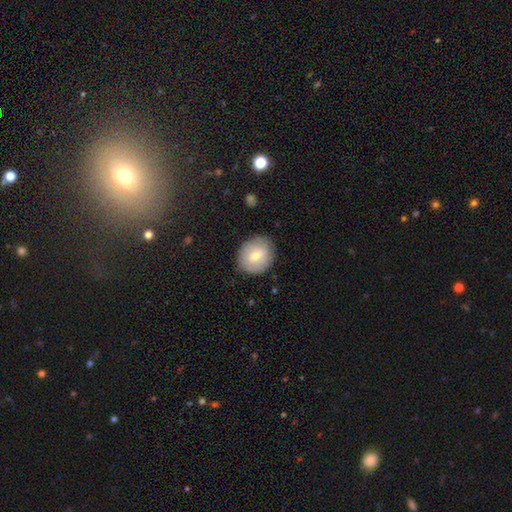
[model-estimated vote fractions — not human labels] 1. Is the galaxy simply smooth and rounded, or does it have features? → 69% smooth, 22% featured or disk, 9% star or artifact.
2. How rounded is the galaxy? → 75% round, 24% in between, 1% cigar-shaped.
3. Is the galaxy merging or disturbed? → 84% none, 12% minor disturbance, 3% major disturbance, 1% merger.